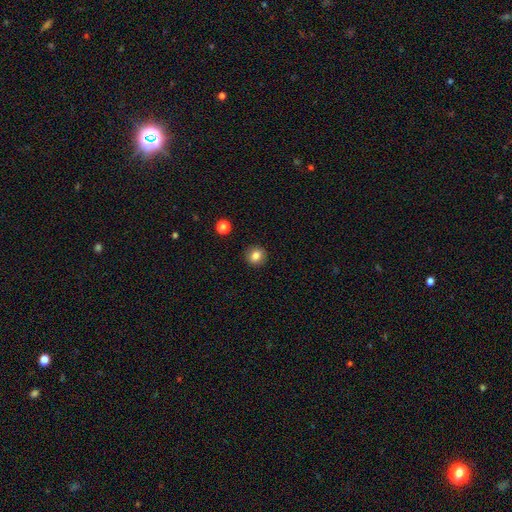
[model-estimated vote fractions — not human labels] The model was most divided on "how rounded": round: 80%, in between: 19%, cigar-shaped: 1%. More confident: merging — none (90%); smooth or featured — smooth (83%).